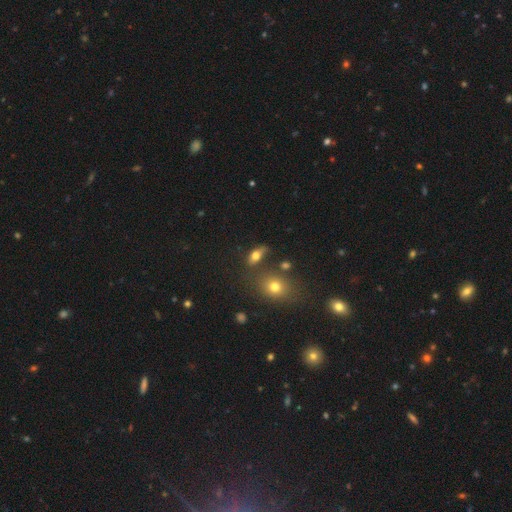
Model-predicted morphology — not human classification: A smooth galaxy with no disk features (68%) that is in between round and cigar-shaped (74%).

Vote fractions:
- Smooth or featured? smooth: 68% / featured or disk: 20% / star or artifact: 12%
- How rounded? in between: 74% / cigar-shaped: 14% / round: 12%
- Merging? none: 65% / minor disturbance: 17% / merger: 11% / major disturbance: 7%